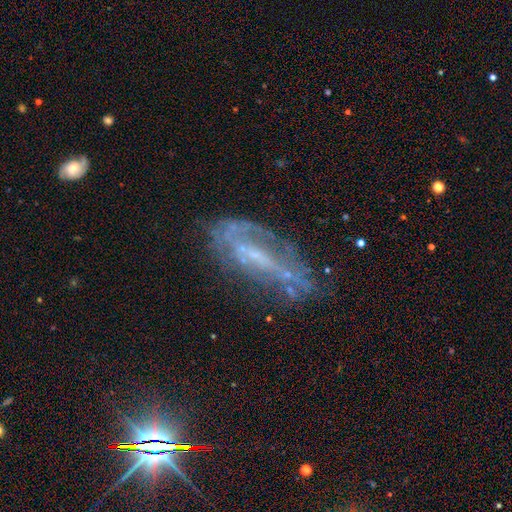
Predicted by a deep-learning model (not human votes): A featured or disk galaxy (67%) with no bar (40%), spiral arms (59%) and a small central bulge (47%). Merging: none (52%).